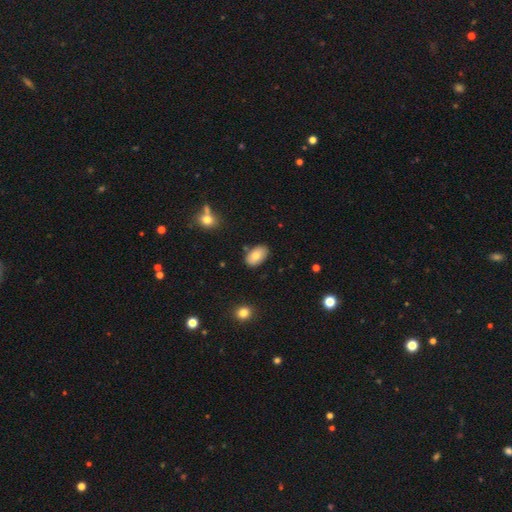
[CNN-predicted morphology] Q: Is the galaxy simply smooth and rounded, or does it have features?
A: smooth — 78%.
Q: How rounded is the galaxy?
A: in between — 92%.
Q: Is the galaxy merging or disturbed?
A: none — 84%.